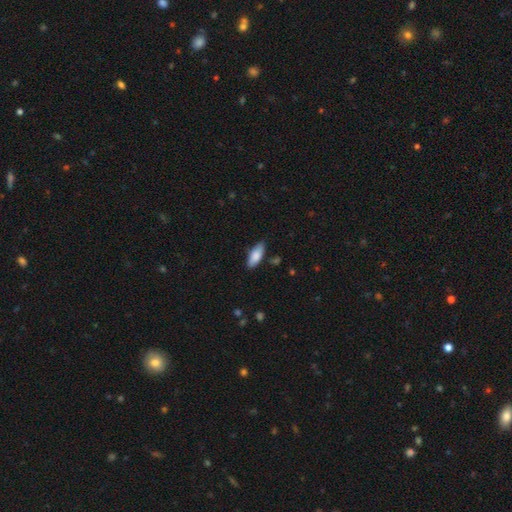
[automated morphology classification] smooth-or-featured: smooth: 83% | featured or disk: 11% | star or artifact: 6%
  how-rounded: in between: 78% | cigar-shaped: 20% | round: 2%
  merging: none: 83% | minor disturbance: 13% | major disturbance: 2% | merger: 2%